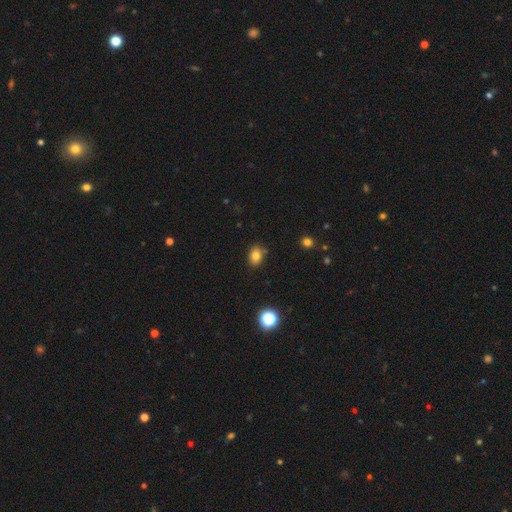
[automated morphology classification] Smooth or featured? smooth (80%)
How rounded? in between (57%)
Merging? none (81%)